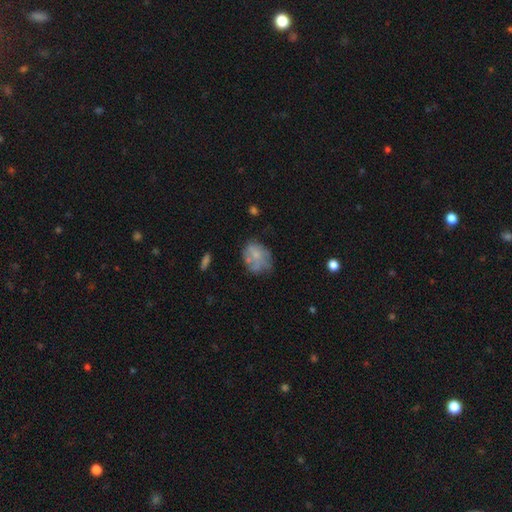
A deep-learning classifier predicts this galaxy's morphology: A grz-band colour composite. It shows a smooth galaxy with no disk features (55%) that is in between round and cigar-shaped (59%). Merging: none (43%).